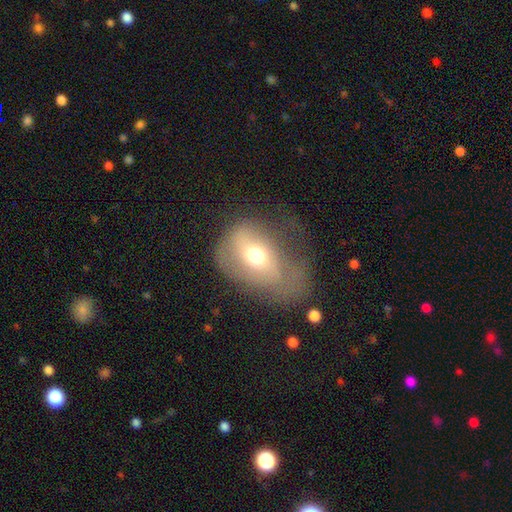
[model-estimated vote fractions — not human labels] This is possibly a smooth galaxy (56%). How rounded: likely in between (65%). Merging: marginally major disturbance (42%).